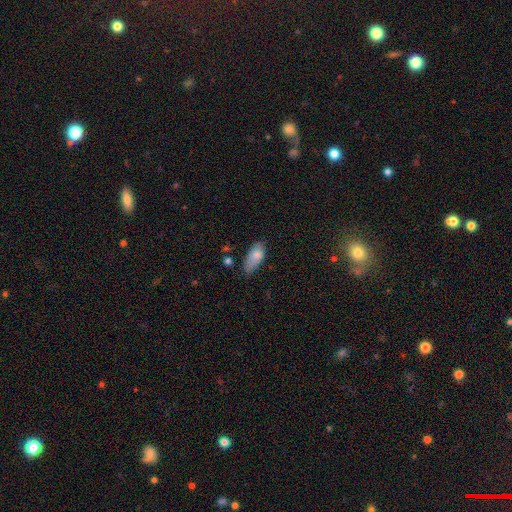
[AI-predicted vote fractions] smooth-or-featured: smooth: 81% | featured or disk: 12% | star or artifact: 7%
  how-rounded: in between: 87% | cigar-shaped: 11% | round: 3%
  merging: none: 56% | minor disturbance: 33% | major disturbance: 8% | merger: 3%